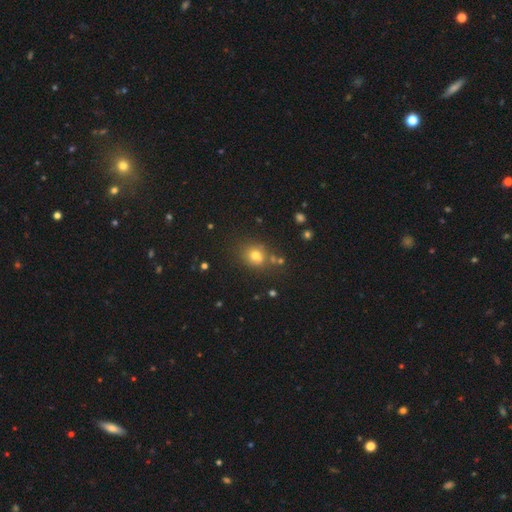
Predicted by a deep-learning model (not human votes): The model was most divided on "how rounded": round: 74%, in between: 25%, cigar-shaped: 1%. More confident: smooth or featured — smooth (73%); merging — none (72%).